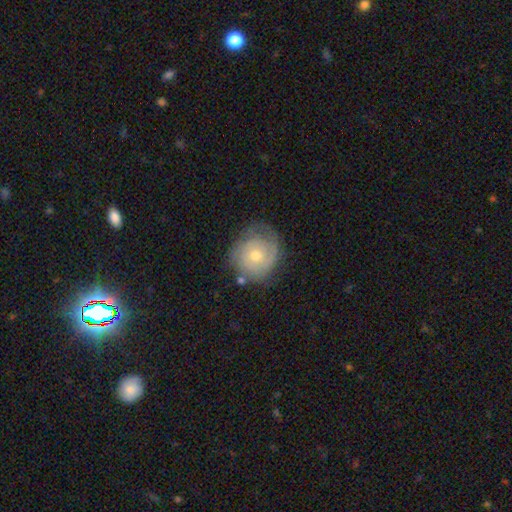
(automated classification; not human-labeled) Q: Smooth or featured?
A: featured or disk (60%); runner-up: smooth (33%)
Q: Edge-on disk?
A: no (97%); runner-up: yes (3%)
Q: Bar?
A: no (82%); runner-up: weak (16%)
Q: Spiral arms?
A: yes (78%); runner-up: no (22%)
Q: Bulge size?
A: moderate (58%); runner-up: small (37%)
Q: Merging?
A: none (63%); runner-up: minor disturbance (25%)